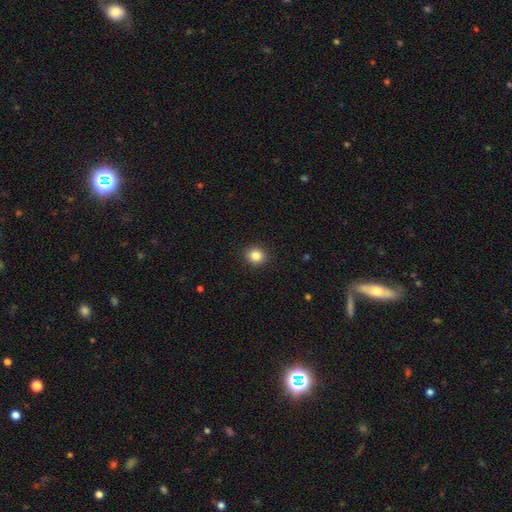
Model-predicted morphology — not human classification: A smooth galaxy with no disk features (84%) that is round (85%). Merging: none (92%).